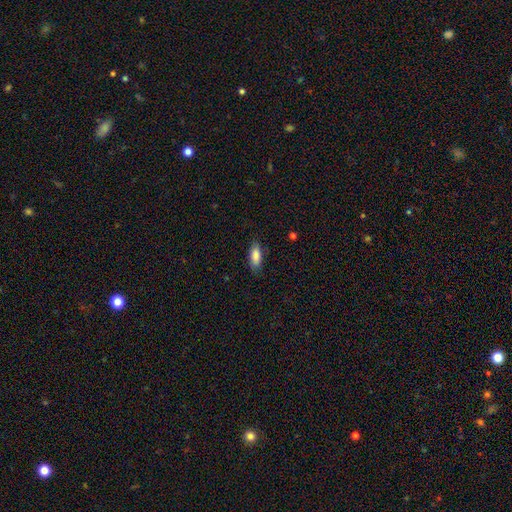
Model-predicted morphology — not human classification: A smooth galaxy with no disk features (86%) that is in between round and cigar-shaped (78%).

Vote fractions:
- Smooth or featured? smooth: 86% / featured or disk: 8% / star or artifact: 6%
- How rounded? in between: 78% / cigar-shaped: 20% / round: 2%
- Merging? none: 82% / minor disturbance: 14% / major disturbance: 3% / merger: 1%